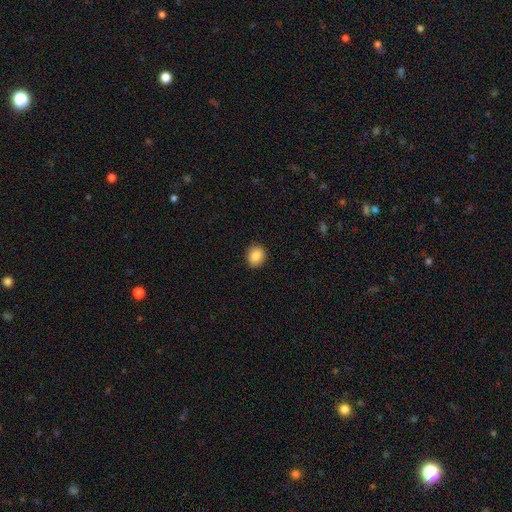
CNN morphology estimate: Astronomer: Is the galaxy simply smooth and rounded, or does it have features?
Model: smooth — 86%.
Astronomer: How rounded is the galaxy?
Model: round — 72%.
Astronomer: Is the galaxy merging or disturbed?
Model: none — 91%.